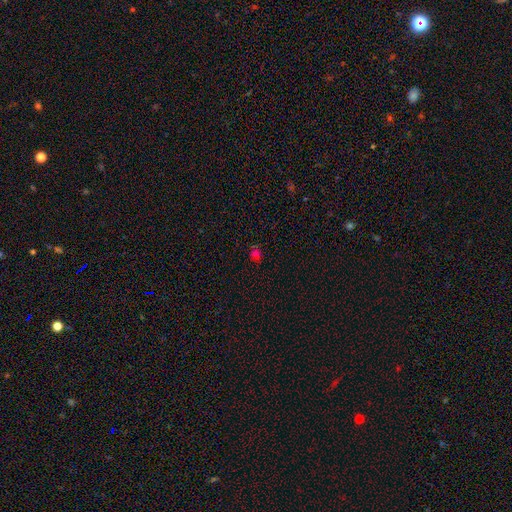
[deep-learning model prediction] Smooth or featured?
  - smooth: 60% *
  - star or artifact: 33%
  - featured or disk: 7%
How rounded?
  - round: 78% *
  - in between: 21%
  - cigar-shaped: 1%
Merging?
  - none: 78% *
  - minor disturbance: 13%
  - major disturbance: 5%
  - merger: 4%